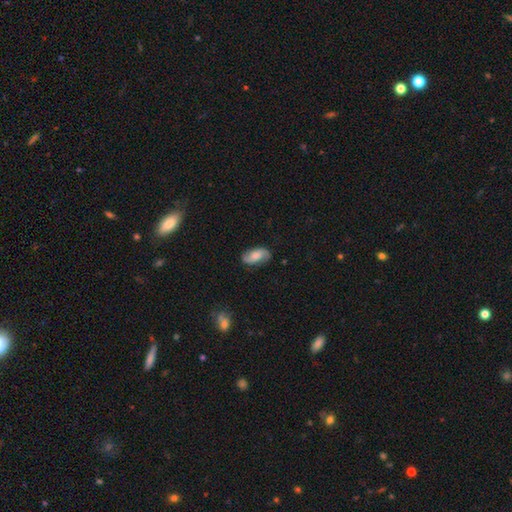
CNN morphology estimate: Q: Smooth or featured?
A: featured or disk (54%); runner-up: smooth (38%)
Q: Edge-on disk?
A: no (95%); runner-up: yes (5%)
Q: Bar?
A: no (55%); runner-up: weak (35%)
Q: Spiral arms?
A: yes (92%); runner-up: no (8%)
Q: Bulge size?
A: moderate (33%); runner-up: large (23%)
Q: Merging?
A: none (79%); runner-up: minor disturbance (15%)